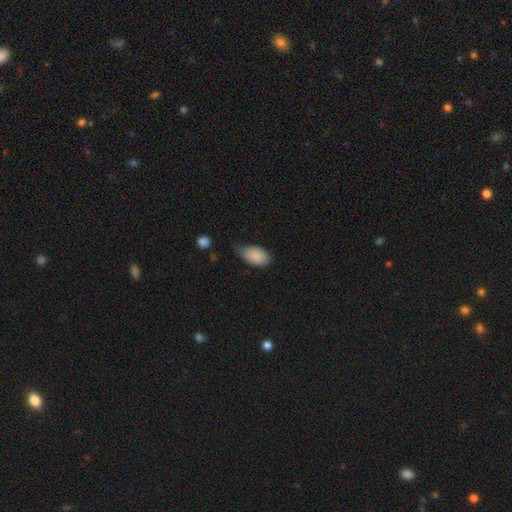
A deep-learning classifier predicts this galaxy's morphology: A smooth galaxy with no disk features (87%) that is in between round and cigar-shaped (93%).

Vote fractions:
- Smooth or featured? smooth: 87% / star or artifact: 7% / featured or disk: 6%
- How rounded? in between: 93% / round: 5% / cigar-shaped: 2%
- Merging? none: 45% / minor disturbance: 43% / major disturbance: 9% / merger: 3%